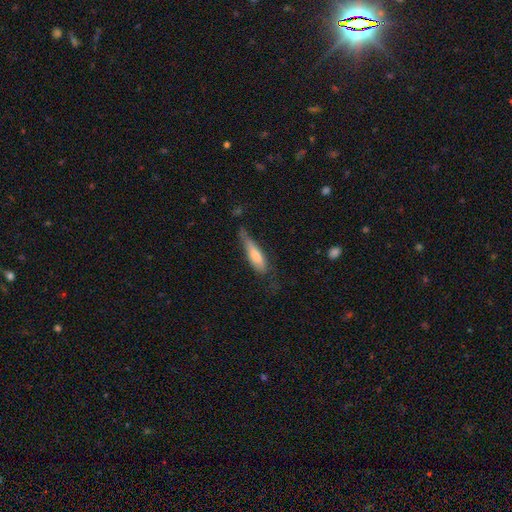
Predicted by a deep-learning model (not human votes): Smooth or featured?
  - smooth: 69% *
  - featured or disk: 25%
  - star or artifact: 6%
How rounded?
  - cigar-shaped: 65% *
  - in between: 33%
  - round: 2%
Merging?
  - none: 39% *
  - minor disturbance: 37%
  - major disturbance: 21%
  - merger: 3%